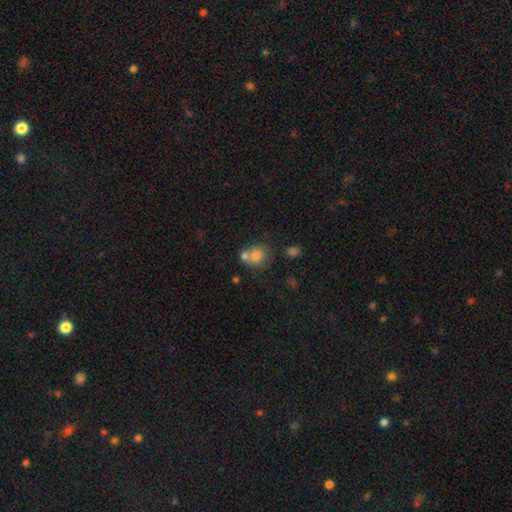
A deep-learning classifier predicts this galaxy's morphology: Smooth or featured? smooth (77%)
How rounded? round (76%)
Merging? none (50%)